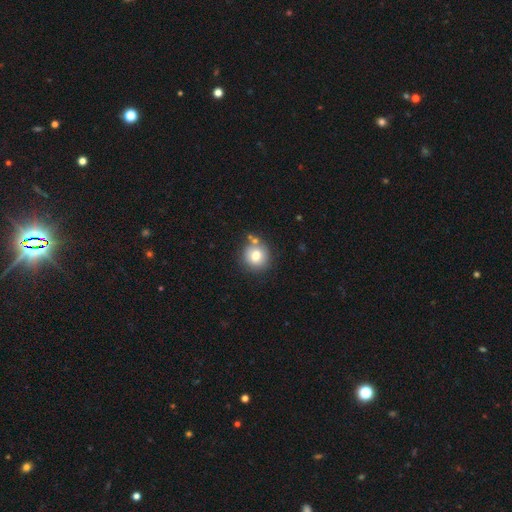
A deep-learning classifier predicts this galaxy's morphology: smooth-or-featured: smooth: 77% | featured or disk: 13% | star or artifact: 11%
  how-rounded: round: 91% | in between: 8% | cigar-shaped: 1%
  merging: none: 72% | merger: 12% | minor disturbance: 12% | major disturbance: 3%